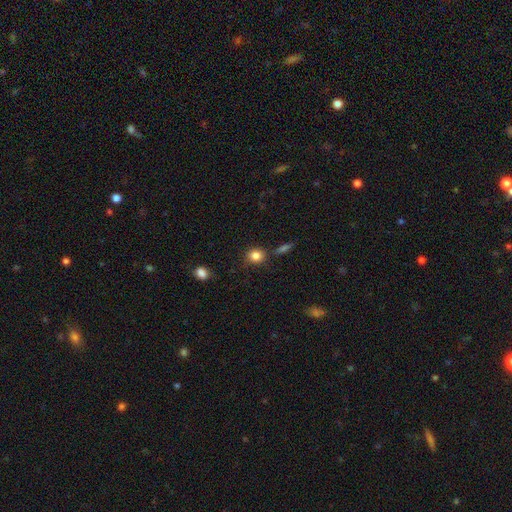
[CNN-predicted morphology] Smooth or featured: smooth — 84% (star or artifact — 10%)
How rounded: round — 78% (in between — 20%)
Merging: none — 79% (minor disturbance — 12%)